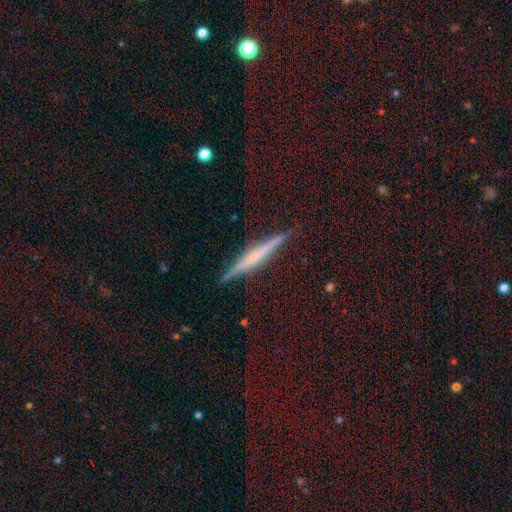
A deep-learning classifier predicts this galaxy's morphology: A featured or disk galaxy (57%) viewed edge-on (96%) with a rounded central bulge (49%).

Vote fractions:
- Smooth or featured? featured or disk: 57% / smooth: 25% / star or artifact: 18%
- Edge-on disk? yes: 96% / no: 4%
- Edge-on bulge? rounded: 49% / none: 32% / boxy: 18%
- Merging? none: 88% / minor disturbance: 8% / major disturbance: 2% / merger: 2%